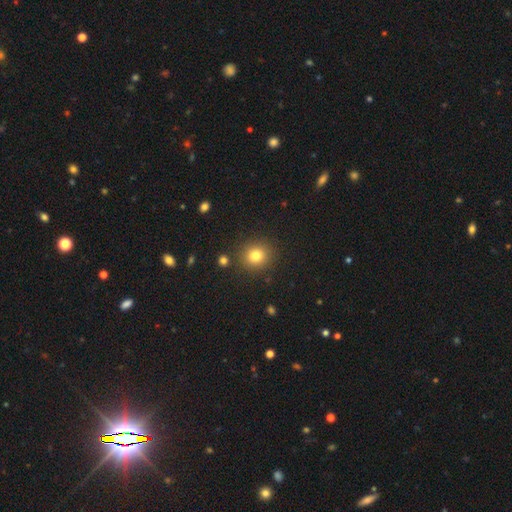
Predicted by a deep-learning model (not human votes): smooth_or_featured: smooth (p=0.81) [alt: star or artifact p=0.13]
how_rounded: round (p=0.86) [alt: in between p=0.14]
merging: none (p=0.88) [alt: minor disturbance p=0.07]